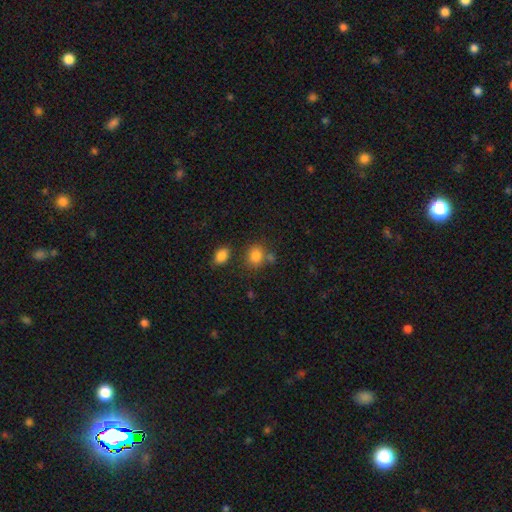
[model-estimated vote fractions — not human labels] Smooth or featured? smooth (83%)
How rounded? round (58%)
Merging? none (67%)